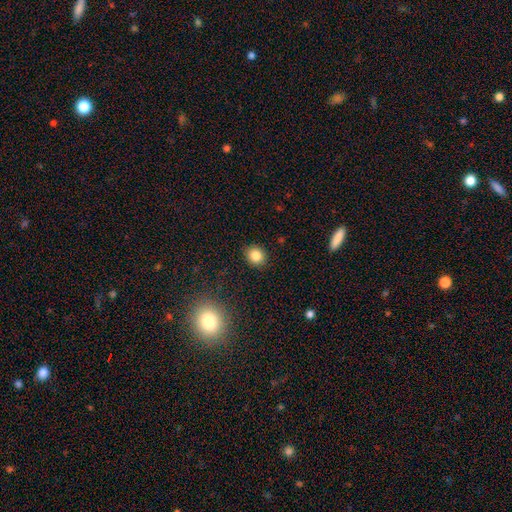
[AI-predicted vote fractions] A smooth galaxy with no disk features (83%) that is round (75%).

Vote fractions:
- Smooth or featured? smooth: 83% / star or artifact: 11% / featured or disk: 6%
- How rounded? round: 75% / in between: 24% / cigar-shaped: 1%
- Merging? none: 90% / minor disturbance: 7% / major disturbance: 2% / merger: 1%